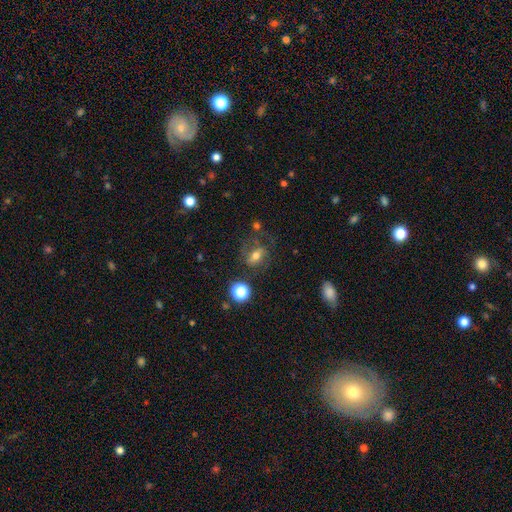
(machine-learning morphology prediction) A smooth galaxy with no disk features (49%). Merging: none (57%).